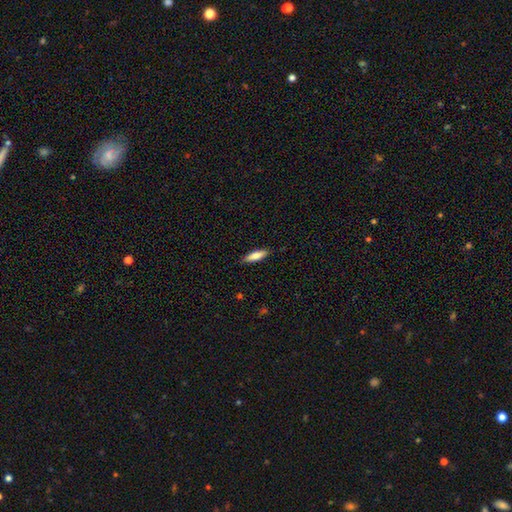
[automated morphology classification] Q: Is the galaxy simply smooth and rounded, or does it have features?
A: smooth — 75%.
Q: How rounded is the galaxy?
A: cigar-shaped — 56%.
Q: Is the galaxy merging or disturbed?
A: none — 87%.